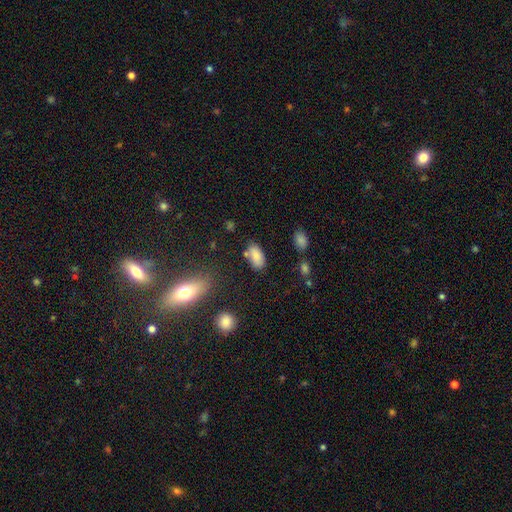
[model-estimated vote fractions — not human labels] Q: Smooth or featured?
A: smooth (83%); runner-up: star or artifact (9%)
Q: How rounded?
A: in between (93%); runner-up: cigar-shaped (3%)
Q: Merging?
A: none (71%); runner-up: minor disturbance (16%)